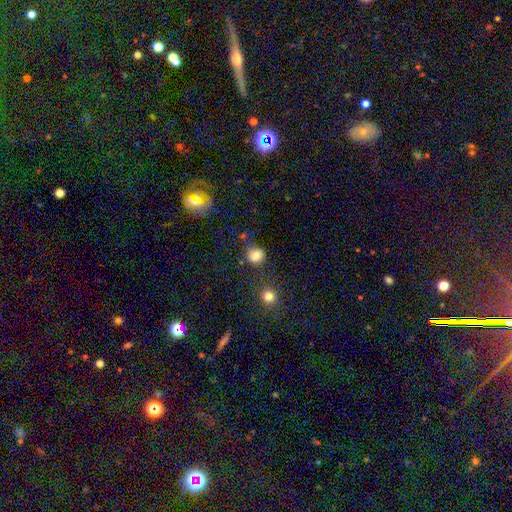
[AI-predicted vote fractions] A smooth galaxy with no disk features (81%) that is round (76%). Merging: none (66%).